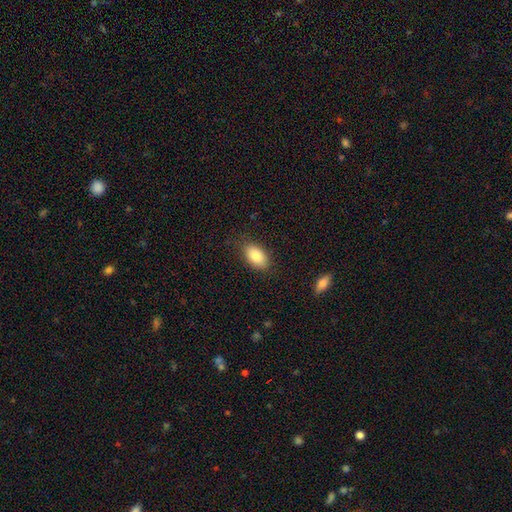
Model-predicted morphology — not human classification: This appears to be a smooth galaxy with no disk features (85%) that is in between round and cigar-shaped (92%). Merging: none (84%).